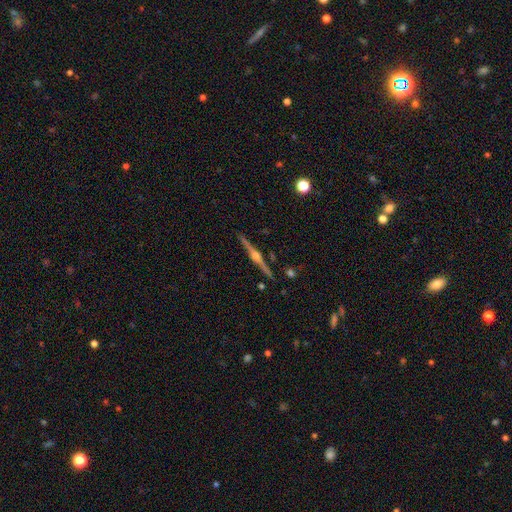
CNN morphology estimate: Smooth or featured: featured or disk — 88% (smooth — 6%)
Edge-on disk: yes — 99% (no — 1%)
Edge-on bulge: rounded — 93% (boxy — 5%)
Merging: none — 92% (minor disturbance — 5%)